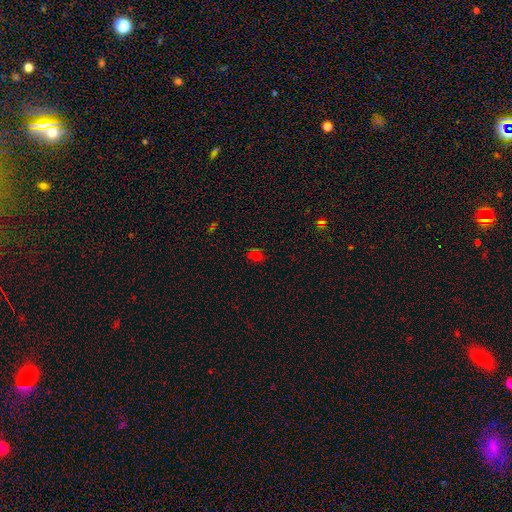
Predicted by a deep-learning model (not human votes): Smooth or featured? smooth (64%)
How rounded? in between (53%)
Merging? none (79%)